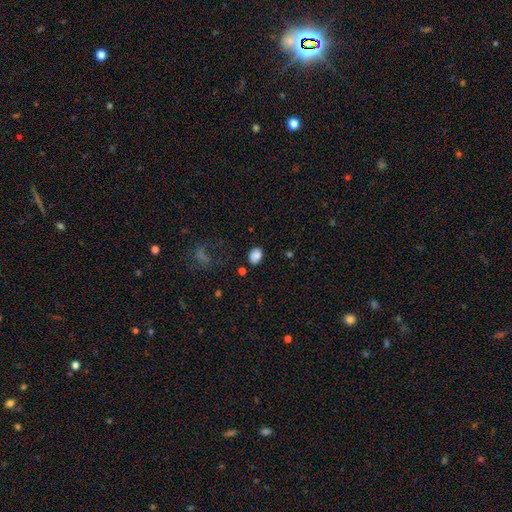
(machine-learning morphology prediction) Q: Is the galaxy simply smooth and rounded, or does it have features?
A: smooth — 84%.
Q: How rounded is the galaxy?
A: in between — 67%.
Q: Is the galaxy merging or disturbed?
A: none — 76%.